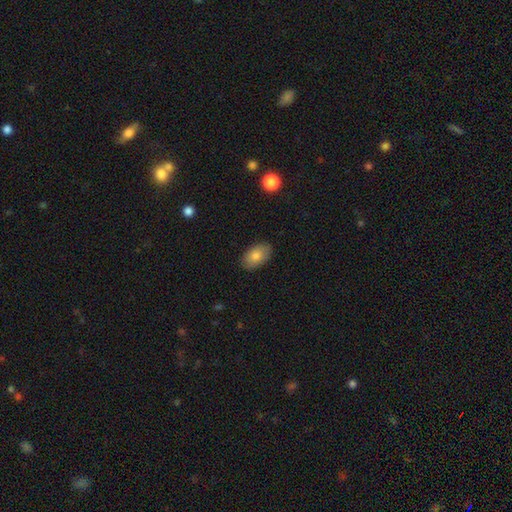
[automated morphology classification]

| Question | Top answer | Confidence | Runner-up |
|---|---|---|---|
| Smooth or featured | smooth | 81% | featured or disk (12%) |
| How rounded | in between | 93% | round (6%) |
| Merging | none | 87% | minor disturbance (10%) |